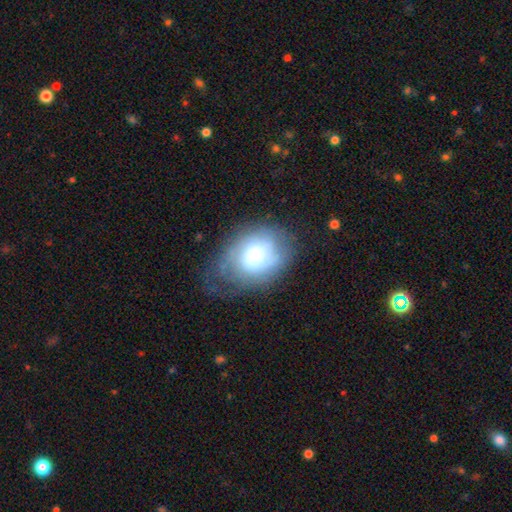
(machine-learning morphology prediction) smooth-or-featured: smooth: 53% | featured or disk: 37% | star or artifact: 10%
  how-rounded: in between: 62% | round: 37% | cigar-shaped: 1%
  merging: none: 47% | minor disturbance: 30% | major disturbance: 22% | merger: 2%